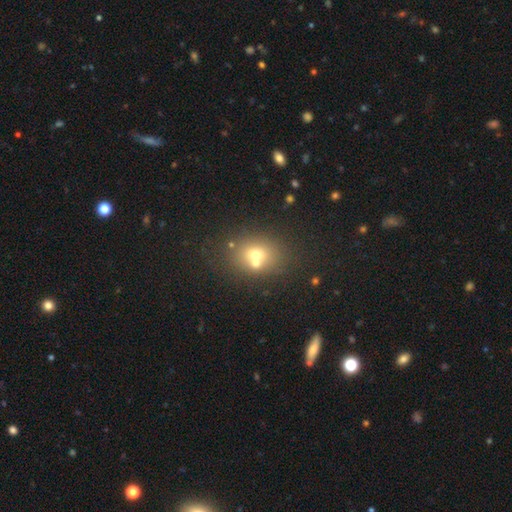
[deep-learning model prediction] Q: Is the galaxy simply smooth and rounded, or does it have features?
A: smooth — 62%.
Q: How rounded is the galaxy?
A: round — 54%.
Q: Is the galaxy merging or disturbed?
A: none — 47%.